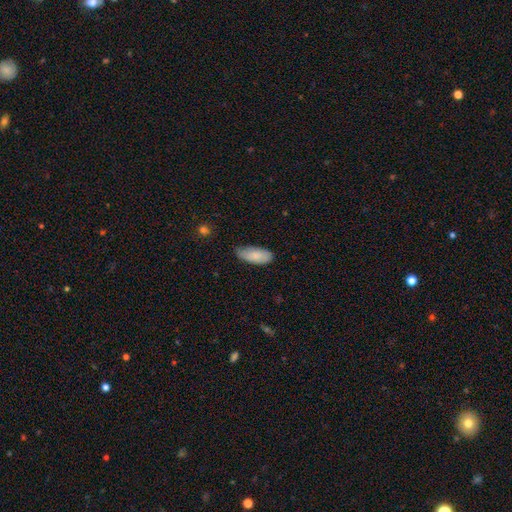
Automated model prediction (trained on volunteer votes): smooth 84%, featured or disk 11%, star or artifact 6%. Down the decision tree: how rounded — in between (85%); merging — none (56%).